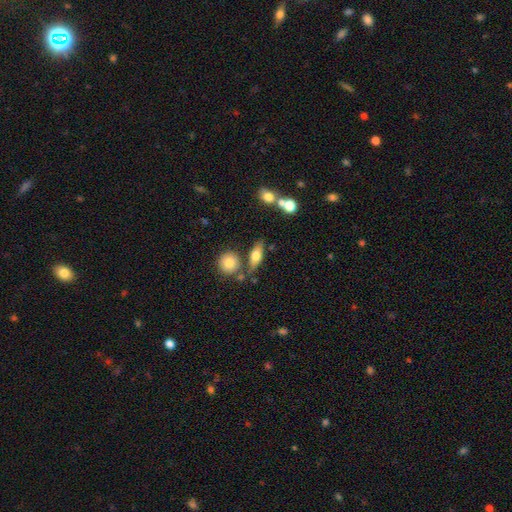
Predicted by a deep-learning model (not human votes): smooth 61%, featured or disk 31%, star or artifact 8%. Down the decision tree: how rounded — in between (63%); merging — none (69%).